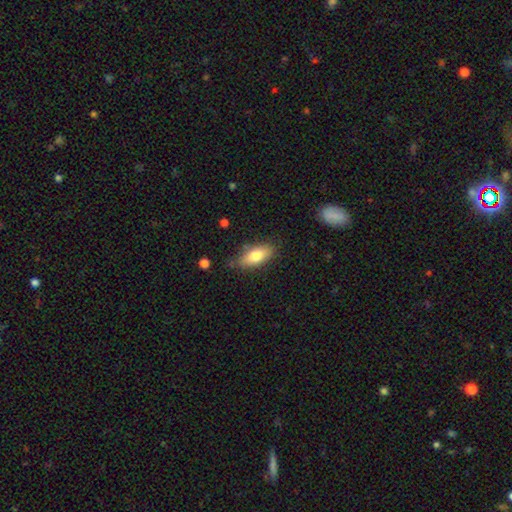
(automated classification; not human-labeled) Smooth or featured? smooth (79%)
How rounded? in between (85%)
Merging? none (73%)